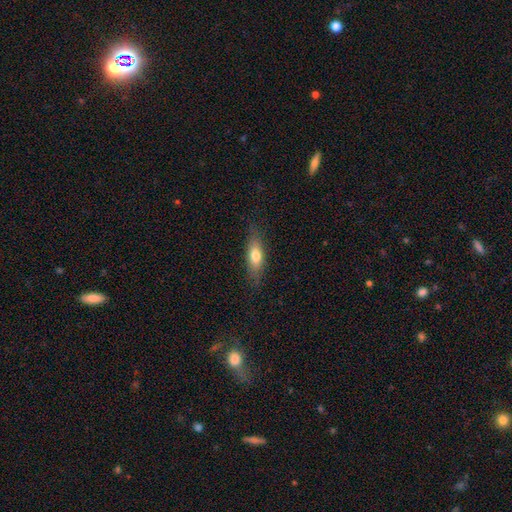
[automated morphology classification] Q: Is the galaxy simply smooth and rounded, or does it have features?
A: smooth — 69%.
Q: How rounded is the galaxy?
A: in between — 57%.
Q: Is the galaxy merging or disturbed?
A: none — 80%.